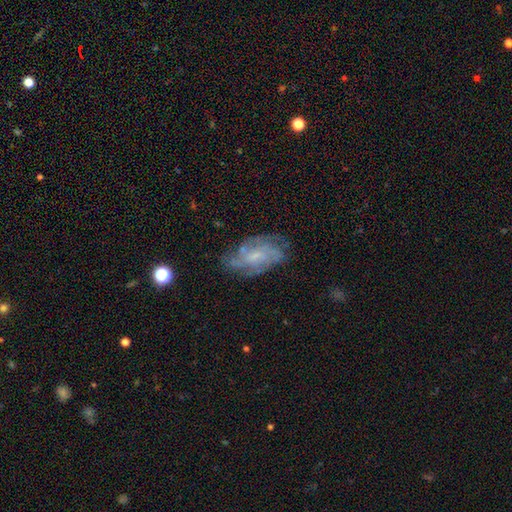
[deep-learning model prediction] Q: Smooth or featured?
A: featured or disk (74%); runner-up: smooth (18%)
Q: Edge-on disk?
A: no (95%); runner-up: yes (5%)
Q: Bar?
A: no (59%); runner-up: weak (35%)
Q: Spiral arms?
A: yes (90%); runner-up: no (10%)
Q: Spiral winding?
A: tight (48%); runner-up: medium (39%)
Q: Spiral arm count?
A: can't tell (41%); runner-up: 3 (17%)
Q: Bulge size?
A: small (51%); runner-up: moderate (24%)
Q: Merging?
A: none (70%); runner-up: minor disturbance (19%)